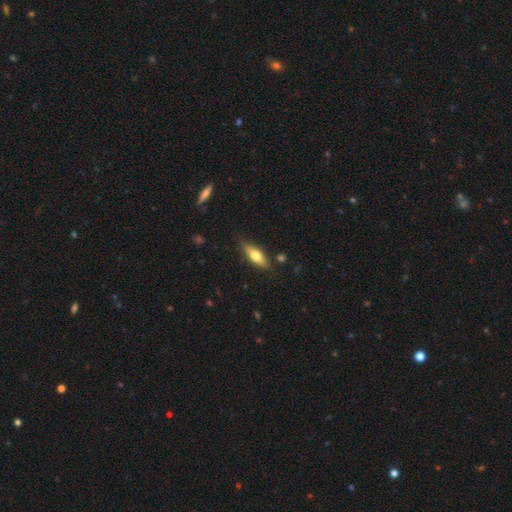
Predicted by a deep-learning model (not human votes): The model was most divided on "smooth or featured": smooth: 50%, featured or disk: 44%, star or artifact: 6%. More confident: merging — none (83%).